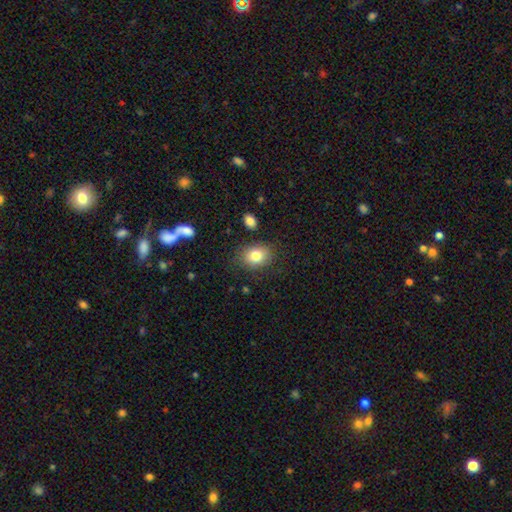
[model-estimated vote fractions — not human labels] A smooth galaxy with no disk features (81%) that is in between round and cigar-shaped (58%). Merging: none (81%).